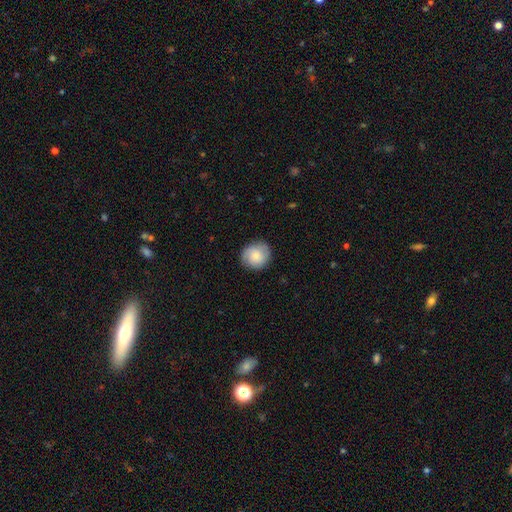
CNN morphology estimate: Smooth or featured? smooth (73%)
How rounded? round (87%)
Merging? none (85%)